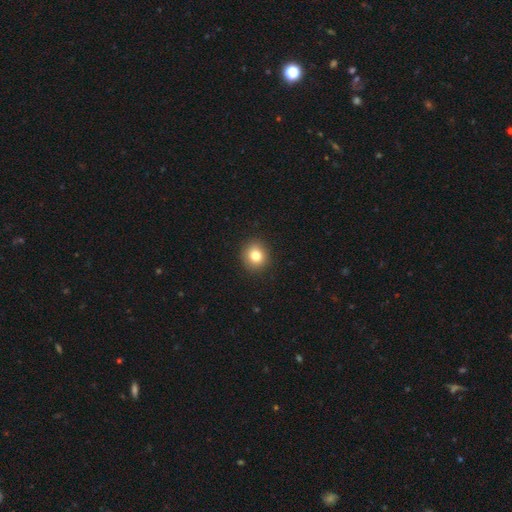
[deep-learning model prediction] Morphology: type=smooth (80%); roundness=round (82%); merging=none (91%).